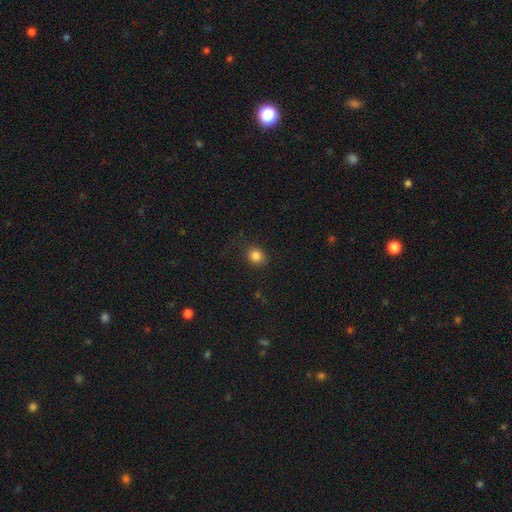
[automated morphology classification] Overall: smooth (84%). How rounded: round (72%). Merging: none (81%).